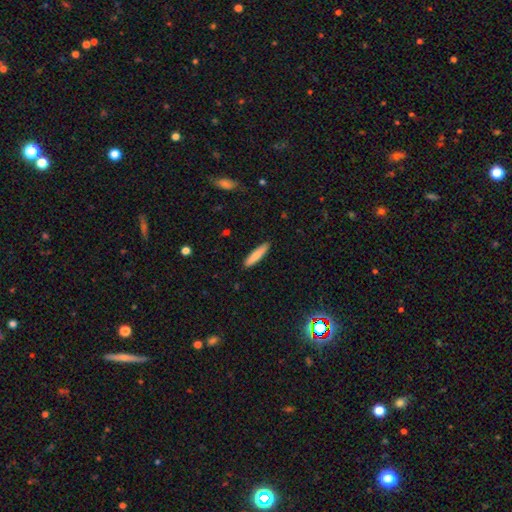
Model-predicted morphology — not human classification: smooth_or_featured: smooth (p=0.81) [alt: featured or disk p=0.13]
how_rounded: cigar-shaped (p=0.84) [alt: in between p=0.14]
merging: none (p=0.89) [alt: minor disturbance p=0.08]